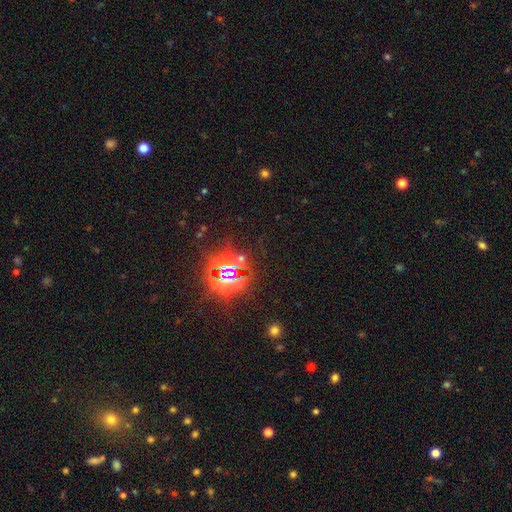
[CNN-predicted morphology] Smooth or featured? star or artifact (85%)